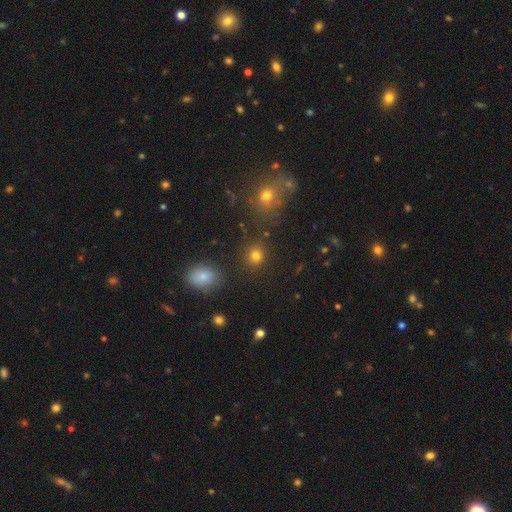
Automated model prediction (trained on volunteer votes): smooth-or-featured: smooth: 79% | star or artifact: 16% | featured or disk: 5%
  how-rounded: round: 83% | in between: 16% | cigar-shaped: 1%
  merging: none: 86% | minor disturbance: 7% | merger: 4% | major disturbance: 3%